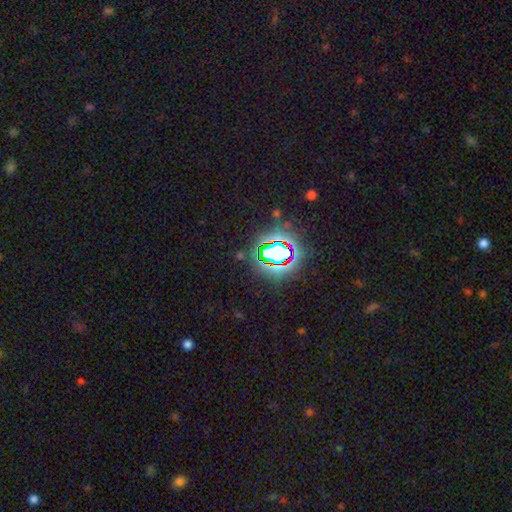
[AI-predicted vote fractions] Smooth or featured? Predicted: star or artifact (p=0.78).